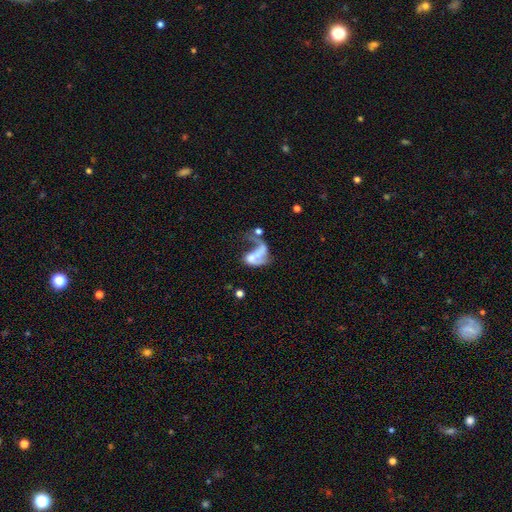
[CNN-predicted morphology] This is likely a featured or disk galaxy (63%). It is clearly not viewed edge-on (97%). Bar: likely no (65%). Spiral arm pattern: possibly yes (53%). Central bulge: possibly none (51%). Merging: marginally major disturbance (38%).